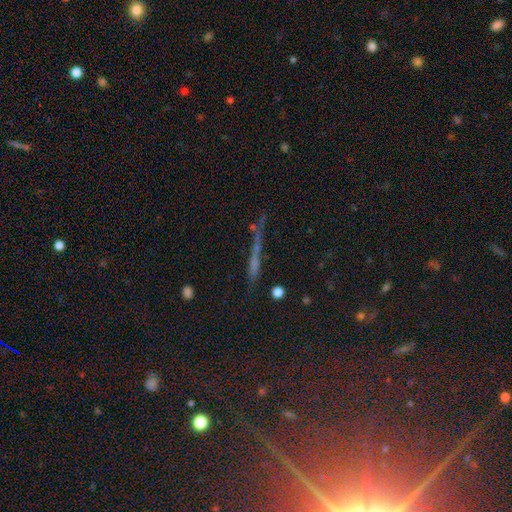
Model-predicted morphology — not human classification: This appears to be a star or artifact, not a galaxy (50%).